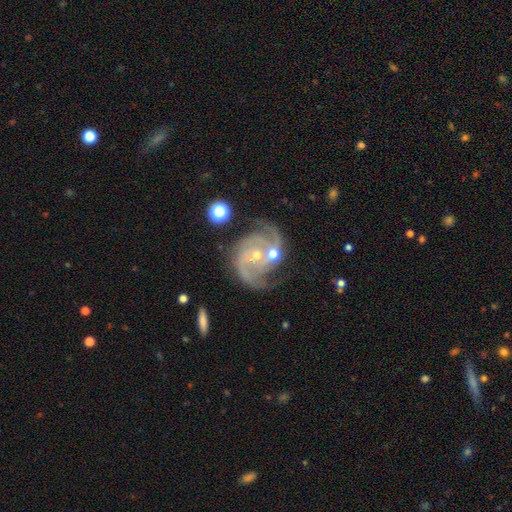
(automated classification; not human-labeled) featured or disk 89%, star or artifact 7%, smooth 5%. Down the decision tree: edge-on disk — no (98%); bar — no (56%); spiral arms — yes (97%); spiral arm count — 2 (60%); spiral winding — medium (52%); bulge size — small (66%); merging — none (52%).